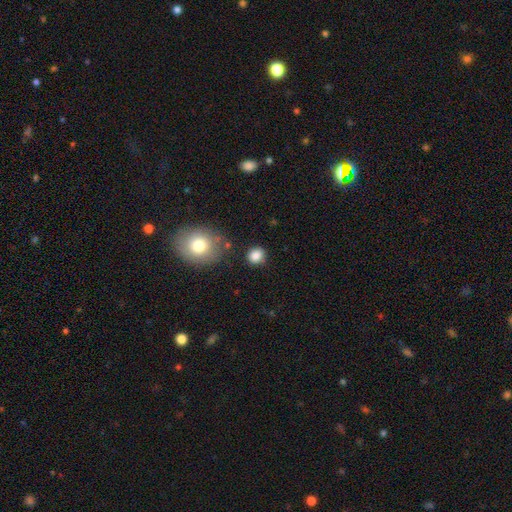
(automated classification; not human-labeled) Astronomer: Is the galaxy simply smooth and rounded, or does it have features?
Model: smooth — 85%.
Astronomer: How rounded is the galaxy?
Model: round — 85%.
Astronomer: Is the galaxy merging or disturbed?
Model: none — 83%.